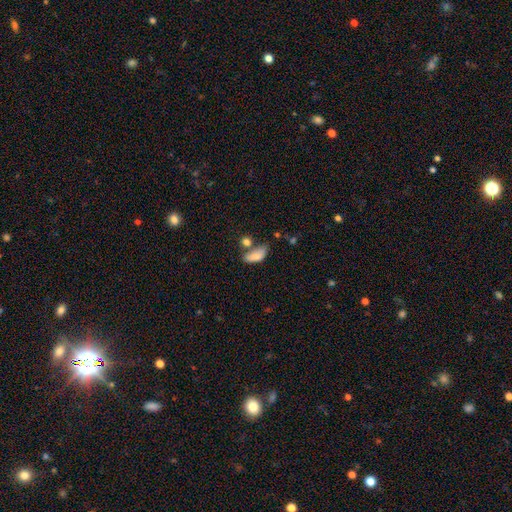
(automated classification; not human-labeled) A smooth galaxy with no disk features (81%) that is in between round and cigar-shaped (81%). Merging: none (41%).